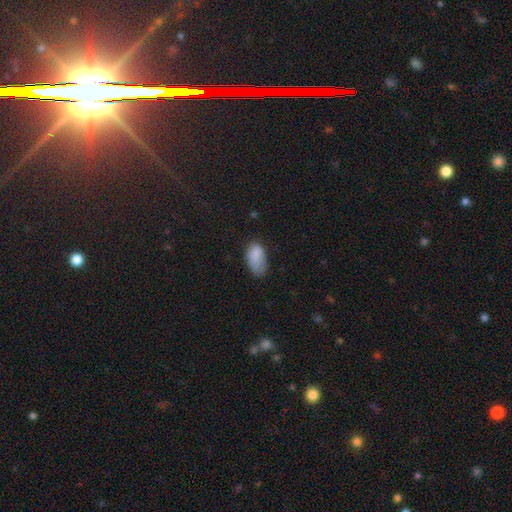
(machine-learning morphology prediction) smooth_or_featured: smooth (p=0.84) [alt: star or artifact p=0.09]
how_rounded: in between (p=0.93) [alt: round p=0.04]
merging: none (p=0.46) [alt: minor disturbance p=0.38]